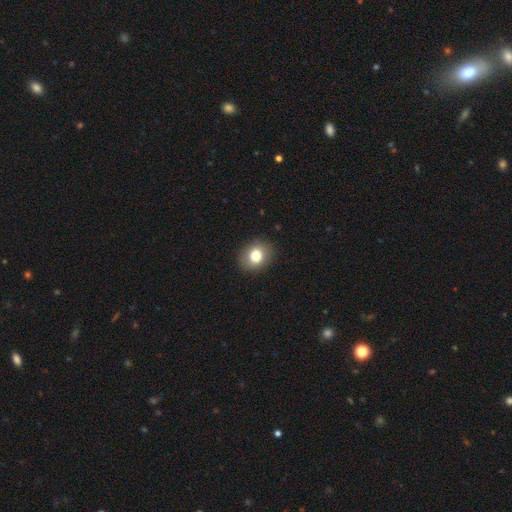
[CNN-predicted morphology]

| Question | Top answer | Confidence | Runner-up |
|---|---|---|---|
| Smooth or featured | smooth | 80% | featured or disk (11%) |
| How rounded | round | 57% | in between (42%) |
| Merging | none | 89% | minor disturbance (8%) |